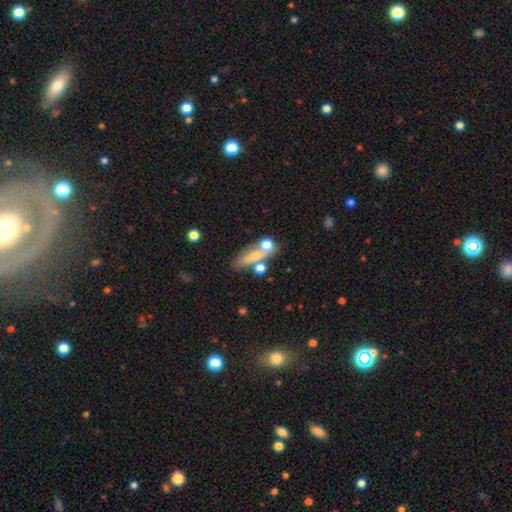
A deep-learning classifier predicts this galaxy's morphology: A smooth galaxy with no disk features (55%) that is in between round and cigar-shaped (49%). Merging: none (45%).